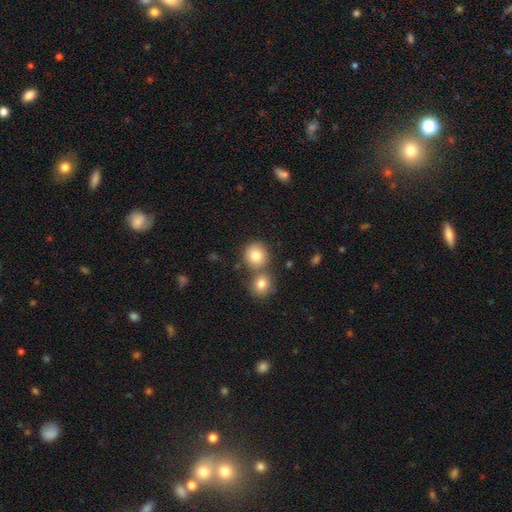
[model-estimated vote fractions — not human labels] A smooth galaxy with no disk features (83%) that is round (89%).

Vote fractions:
- Smooth or featured? smooth: 83% / star or artifact: 9% / featured or disk: 8%
- How rounded? round: 89% / in between: 11% / cigar-shaped: 1%
- Merging? none: 60% / merger: 30% / minor disturbance: 8% / major disturbance: 3%